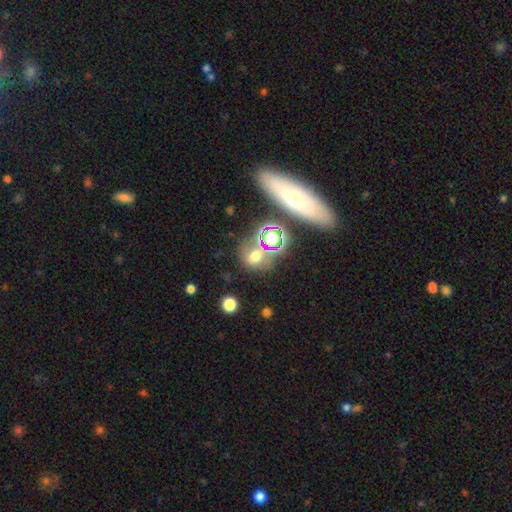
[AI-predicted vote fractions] A smooth galaxy with no disk features (53%) that is round (53%). Merging: none (60%).